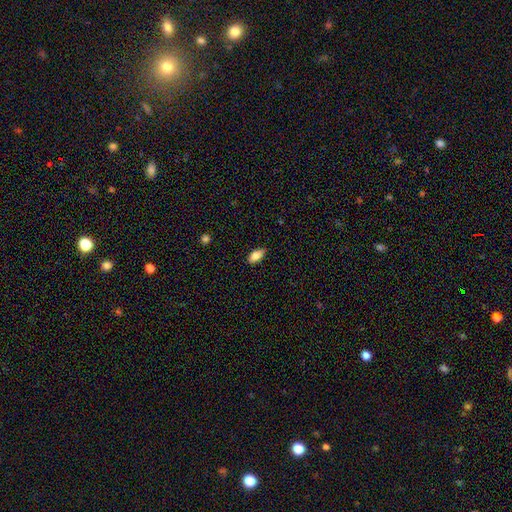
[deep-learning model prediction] smooth 83%, featured or disk 9%, star or artifact 7%. Down the decision tree: how rounded — in between (89%); merging — none (82%).